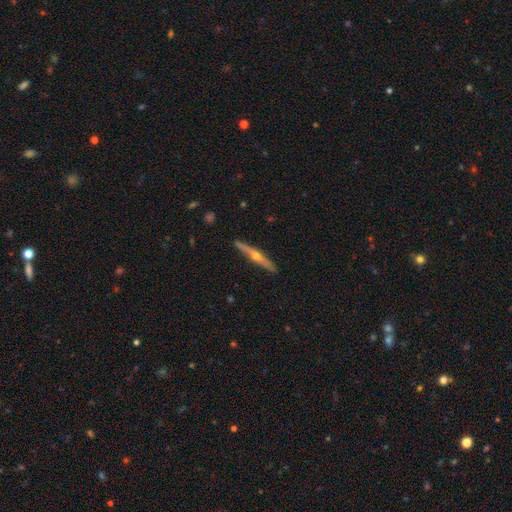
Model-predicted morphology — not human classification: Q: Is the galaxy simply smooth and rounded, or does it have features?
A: featured or disk — 76%.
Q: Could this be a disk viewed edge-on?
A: yes — 98%.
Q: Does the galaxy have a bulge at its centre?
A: rounded — 93%.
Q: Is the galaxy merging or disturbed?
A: none — 91%.